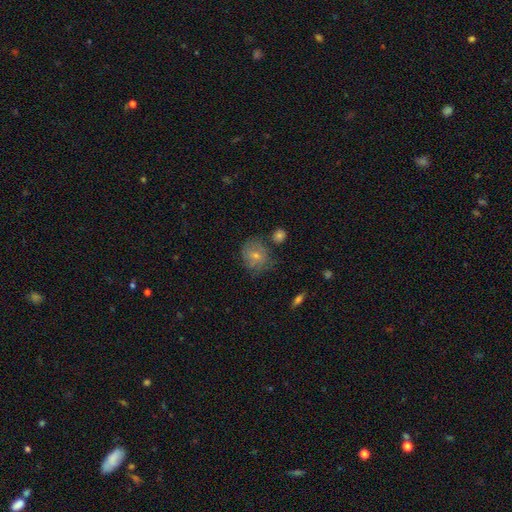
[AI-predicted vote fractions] Q: Smooth or featured?
A: smooth (49%); runner-up: featured or disk (34%)
Q: Merging?
A: none (71%); runner-up: minor disturbance (18%)